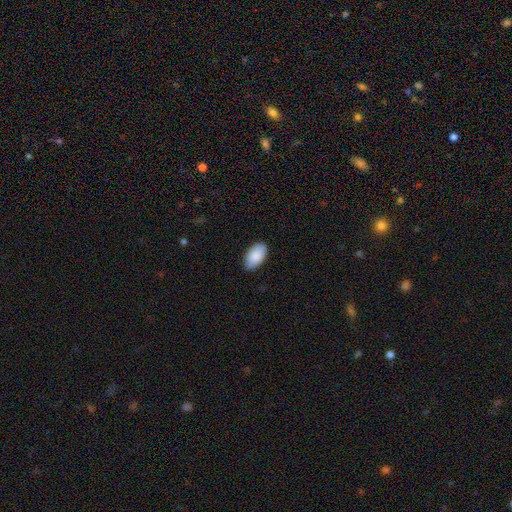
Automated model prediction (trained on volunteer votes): smooth-or-featured: smooth: 89% | featured or disk: 6% | star or artifact: 6%
  how-rounded: in between: 96% | round: 3% | cigar-shaped: 2%
  merging: none: 86% | minor disturbance: 11% | major disturbance: 2% | merger: 1%